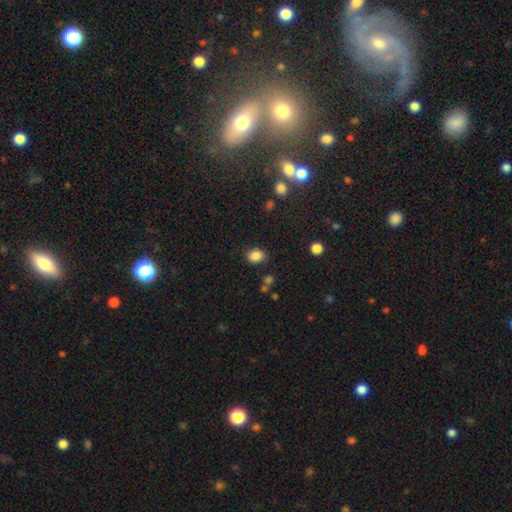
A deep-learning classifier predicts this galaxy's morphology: The model was most divided on "how rounded": round: 52%, in between: 47%, cigar-shaped: 1%. More confident: smooth or featured — smooth (85%); merging — none (83%).